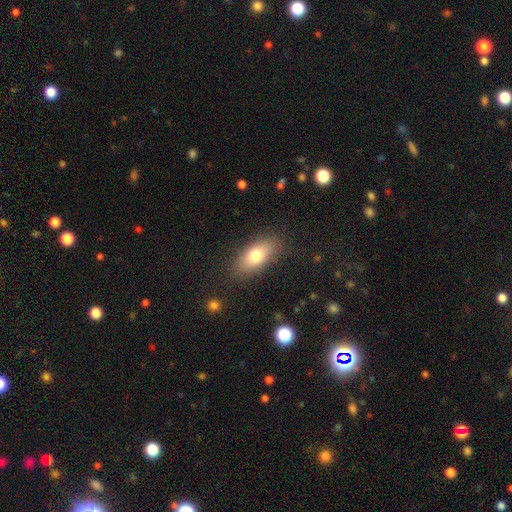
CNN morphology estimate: type=smooth (75%); roundness=in between (84%); merging=none (83%).